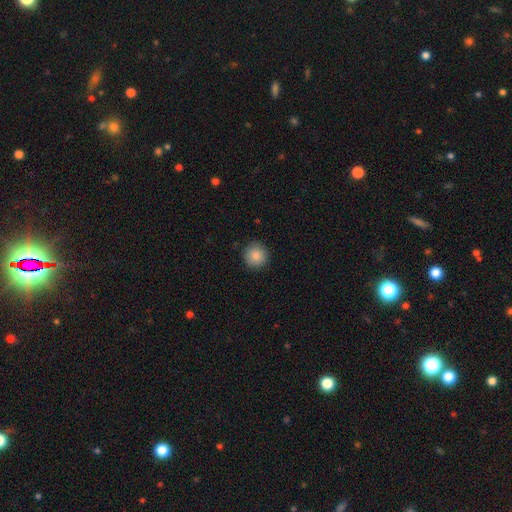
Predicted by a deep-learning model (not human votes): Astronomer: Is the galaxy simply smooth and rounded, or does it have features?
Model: smooth — 87%.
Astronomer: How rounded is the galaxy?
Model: round — 94%.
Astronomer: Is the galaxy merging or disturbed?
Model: none — 90%.